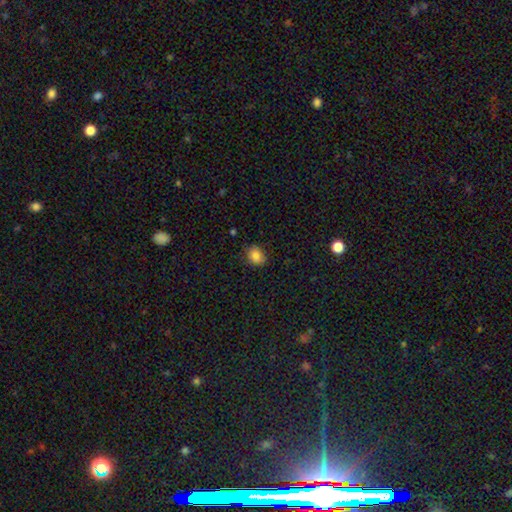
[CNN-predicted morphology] The model was most divided on "how rounded": round: 55%, in between: 44%, cigar-shaped: 1%. More confident: smooth or featured — smooth (84%); merging — none (81%).